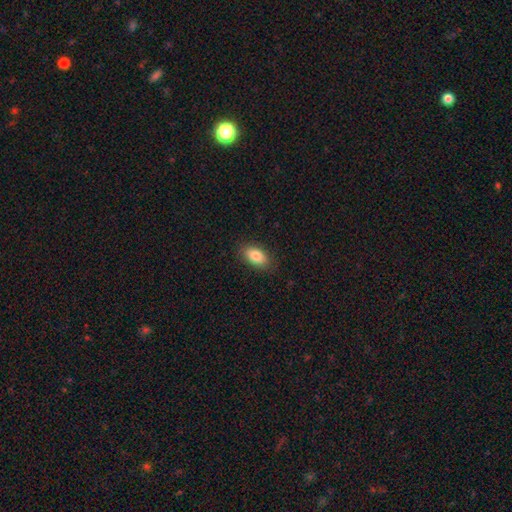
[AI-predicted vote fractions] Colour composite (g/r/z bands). It shows a smooth galaxy with no disk features (85%) that is in between round and cigar-shaped (91%). Merging: none (86%).